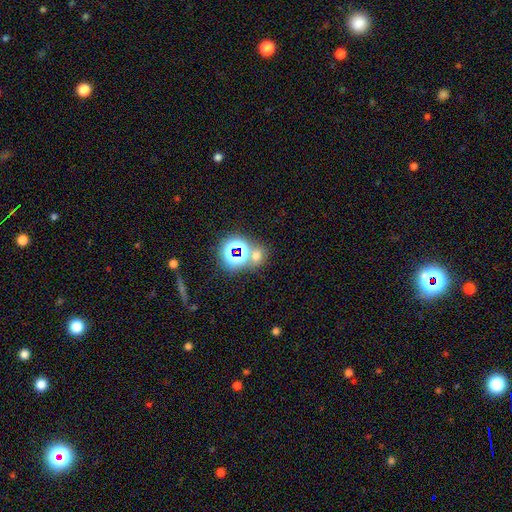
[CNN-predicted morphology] Smooth or featured?
  - smooth: 51% *
  - star or artifact: 41%
  - featured or disk: 8%
How rounded?
  - round: 67% *
  - in between: 31%
  - cigar-shaped: 2%
Merging?
  - none: 61% *
  - merger: 26%
  - minor disturbance: 8%
  - major disturbance: 4%